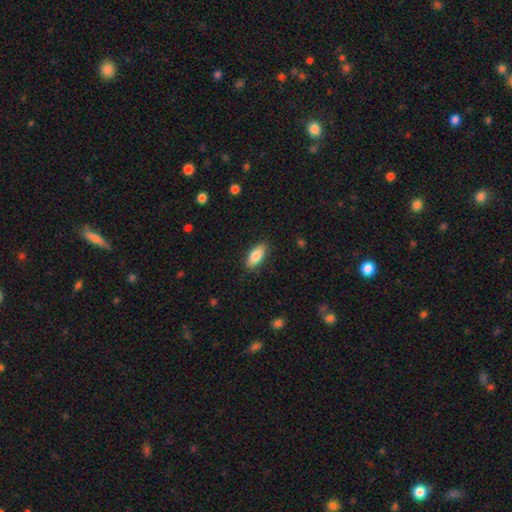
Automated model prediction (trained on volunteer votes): Smooth or featured?
  - smooth: 82% *
  - featured or disk: 11%
  - star or artifact: 6%
How rounded?
  - in between: 82% *
  - cigar-shaped: 15%
  - round: 2%
Merging?
  - none: 87% *
  - minor disturbance: 10%
  - major disturbance: 2%
  - merger: 1%